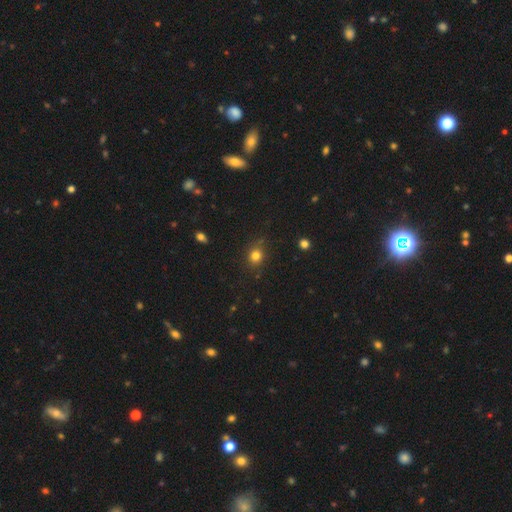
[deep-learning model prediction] smooth 79%, star or artifact 15%, featured or disk 6%. Down the decision tree: how rounded — round (77%); merging — none (79%).